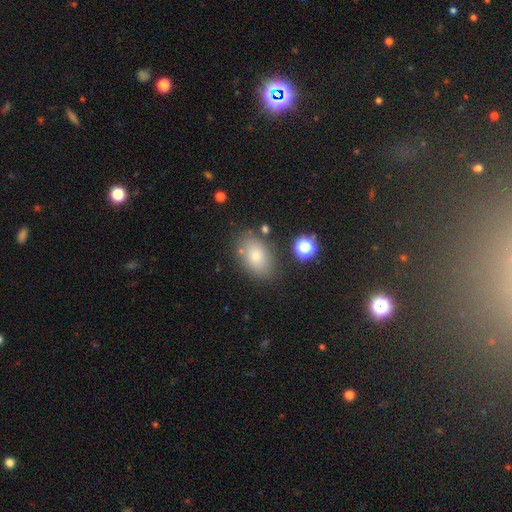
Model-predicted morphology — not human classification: A smooth galaxy with no disk features (80%) that is in between round and cigar-shaped (87%).

Vote fractions:
- Smooth or featured? smooth: 80% / featured or disk: 11% / star or artifact: 10%
- How rounded? in between: 87% / round: 12% / cigar-shaped: 1%
- Merging? none: 75% / minor disturbance: 15% / merger: 5% / major disturbance: 5%